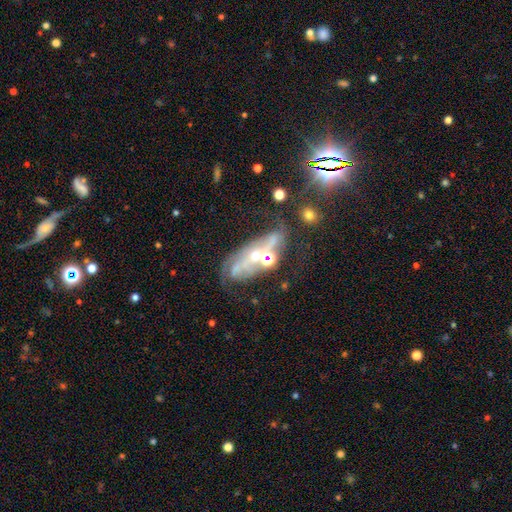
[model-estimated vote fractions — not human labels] featured or disk 62%, smooth 19%, star or artifact 19%. Down the decision tree: edge-on disk — no (85%); bar — no (71%); spiral arms — yes (58%); bulge size — small (50%); merging — none (32%).